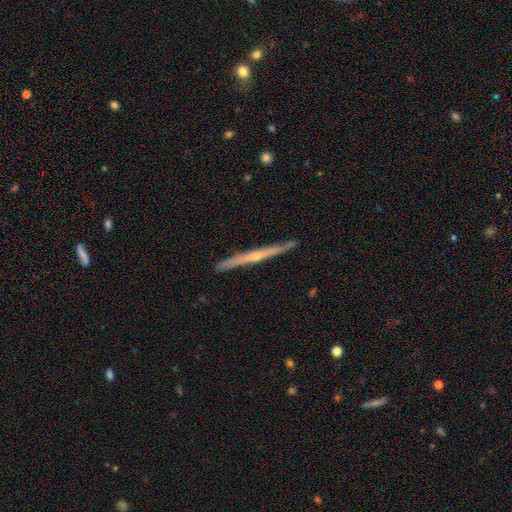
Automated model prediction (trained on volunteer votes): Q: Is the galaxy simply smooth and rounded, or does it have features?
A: featured or disk — 74%.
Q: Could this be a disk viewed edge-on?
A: yes — 98%.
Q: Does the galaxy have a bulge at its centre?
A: rounded — 68%.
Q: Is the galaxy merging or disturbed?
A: none — 90%.